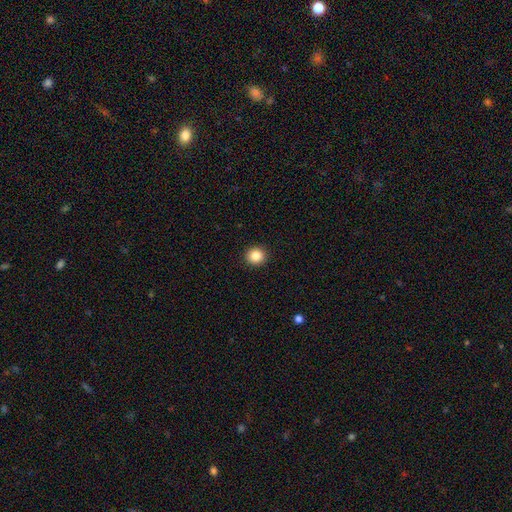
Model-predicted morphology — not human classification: Smooth or featured? smooth (85%)
How rounded? round (91%)
Merging? none (93%)